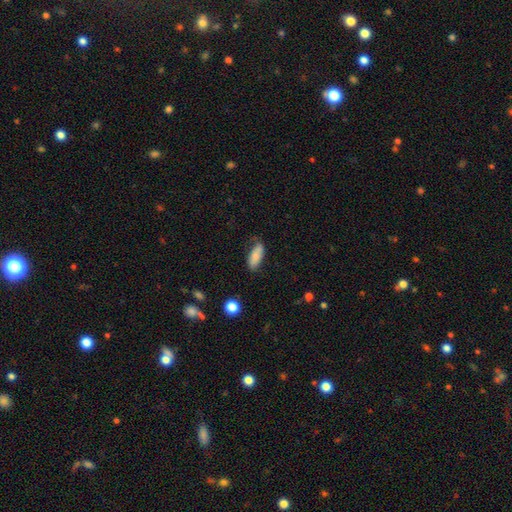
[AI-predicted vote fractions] Smooth or featured?
  - smooth: 77% *
  - featured or disk: 16%
  - star or artifact: 7%
How rounded?
  - in between: 80% *
  - cigar-shaped: 18%
  - round: 2%
Merging?
  - none: 64% *
  - minor disturbance: 27%
  - major disturbance: 6%
  - merger: 2%